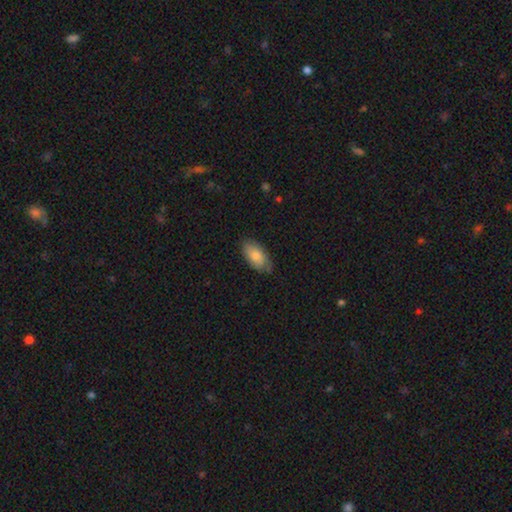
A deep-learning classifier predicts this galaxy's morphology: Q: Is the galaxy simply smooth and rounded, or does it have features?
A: smooth — 76%.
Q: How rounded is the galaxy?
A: in between — 93%.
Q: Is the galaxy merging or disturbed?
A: none — 73%.